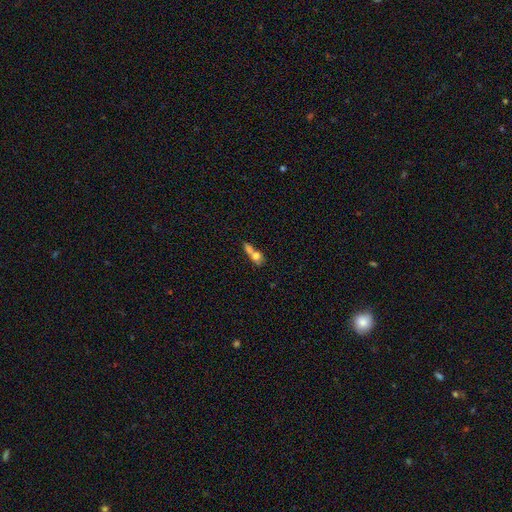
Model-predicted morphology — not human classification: A smooth galaxy with no disk features (66%) that is in between round and cigar-shaped (50%).

Vote fractions:
- Smooth or featured? smooth: 66% / featured or disk: 24% / star or artifact: 9%
- How rounded? in between: 50% / round: 33% / cigar-shaped: 17%
- Merging? merger: 61% / none: 21% / minor disturbance: 9% / major disturbance: 8%